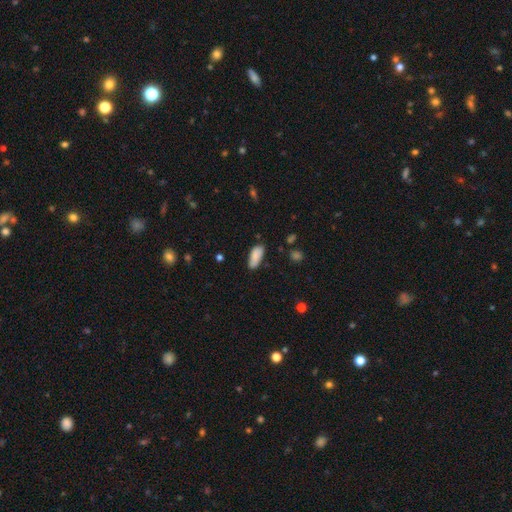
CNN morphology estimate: This appears to be a smooth galaxy with no disk features (86%) that is in between round and cigar-shaped (82%). Merging: none (74%).